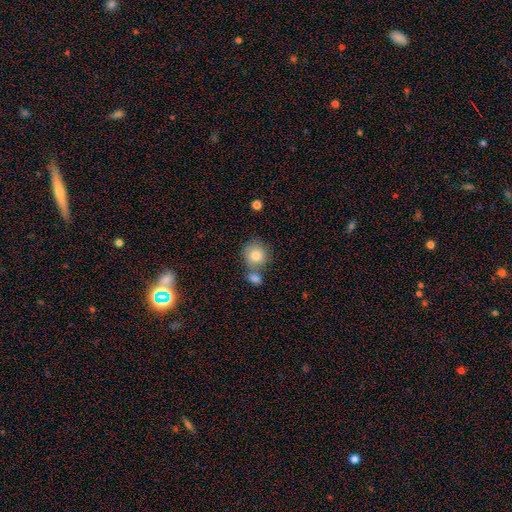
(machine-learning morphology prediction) This is clearly a smooth galaxy (81%). How rounded: clearly round (84%). Merging: possibly none (50%).